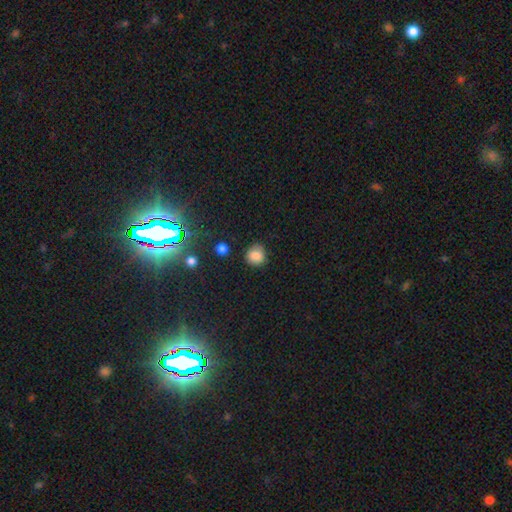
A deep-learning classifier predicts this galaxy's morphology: Smooth or featured: smooth — 84% (star or artifact — 11%)
How rounded: round — 86% (in between — 14%)
Merging: none — 78% (minor disturbance — 16%)